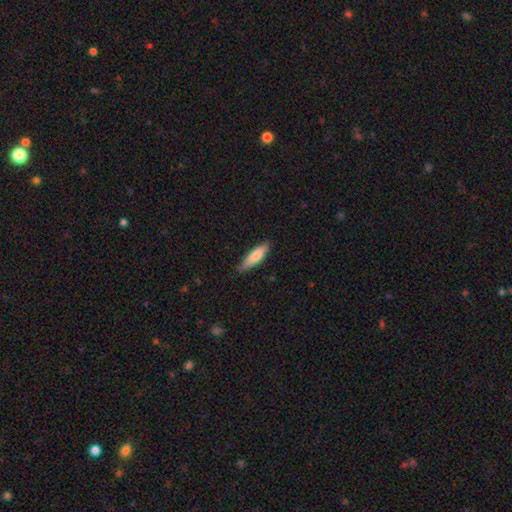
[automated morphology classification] This appears to be a smooth galaxy with no disk features (74%) that is cigar-shaped (64%). Merging: none (82%).